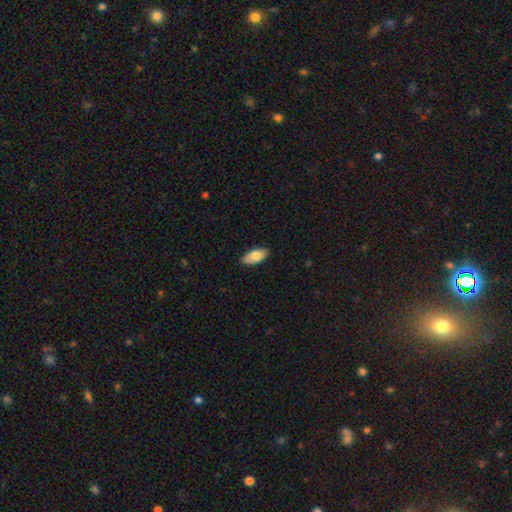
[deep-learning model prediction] Overall: smooth (78%). How rounded: in between (92%). Merging: none (89%).